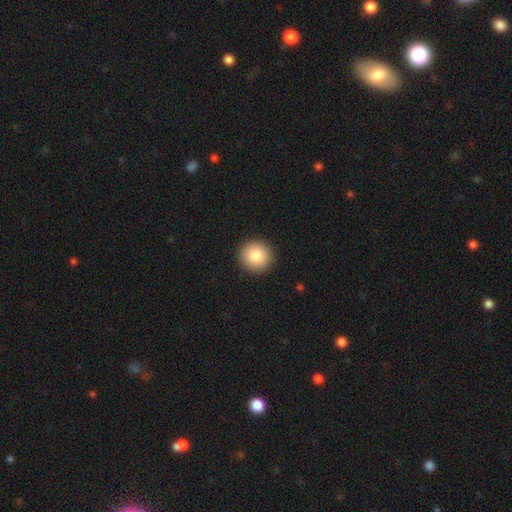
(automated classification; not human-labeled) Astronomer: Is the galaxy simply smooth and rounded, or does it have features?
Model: smooth — 85%.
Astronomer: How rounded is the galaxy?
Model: round — 94%.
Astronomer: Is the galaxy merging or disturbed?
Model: none — 93%.